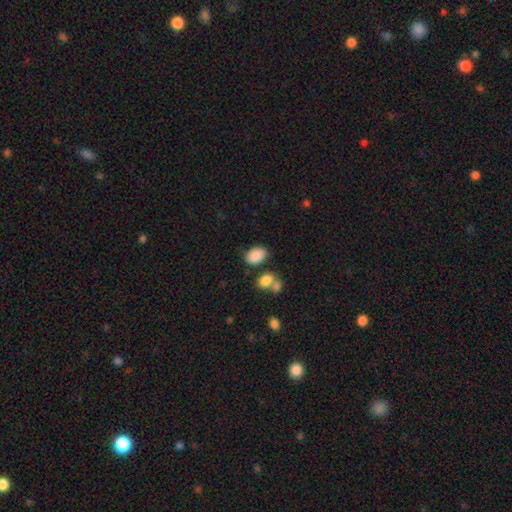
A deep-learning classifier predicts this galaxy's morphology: Smooth or featured: smooth — 87% (star or artifact — 8%)
How rounded: in between — 86% (round — 13%)
Merging: none — 70% (minor disturbance — 14%)